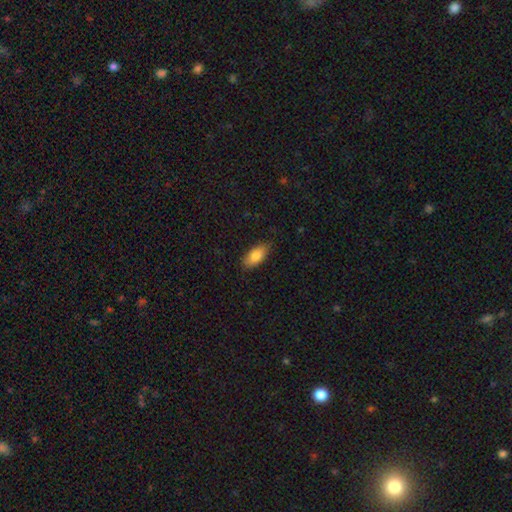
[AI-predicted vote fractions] The model was most divided on "merging": none: 80%, minor disturbance: 16%, major disturbance: 3%, merger: 1%. More confident: how rounded — in between (88%); smooth or featured — smooth (84%).